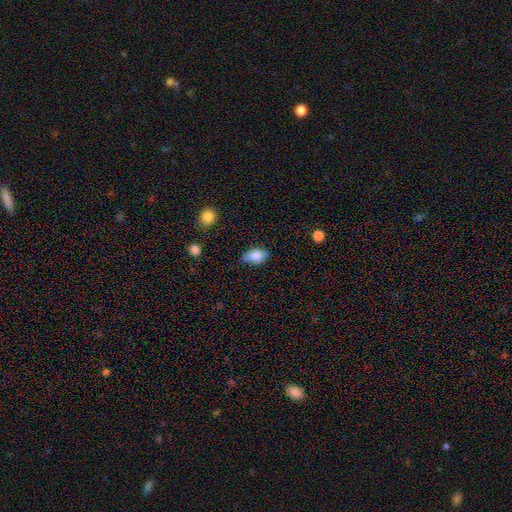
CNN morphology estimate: This is clearly a smooth galaxy (84%). How rounded: clearly in between (87%). Merging: likely none (60%).